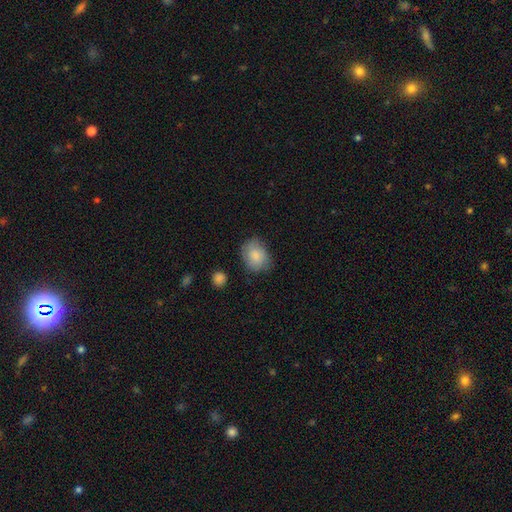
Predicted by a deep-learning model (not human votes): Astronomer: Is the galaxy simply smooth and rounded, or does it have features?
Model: smooth — 84%.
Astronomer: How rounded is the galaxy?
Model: in between — 60% (runner-up: round, 39%).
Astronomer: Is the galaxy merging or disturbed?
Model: none — 67%.